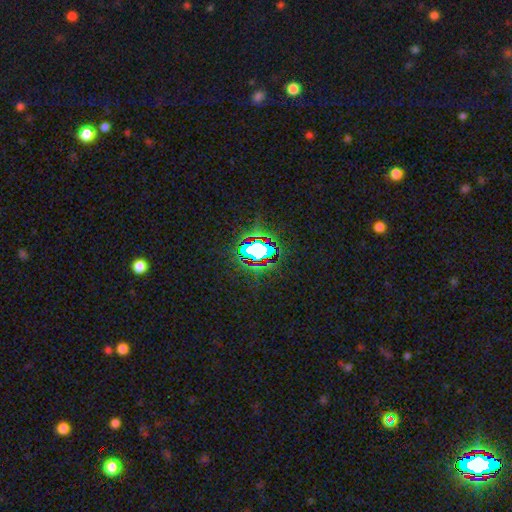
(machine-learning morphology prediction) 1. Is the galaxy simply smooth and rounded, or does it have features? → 64% star or artifact, 22% smooth, 14% featured or disk.